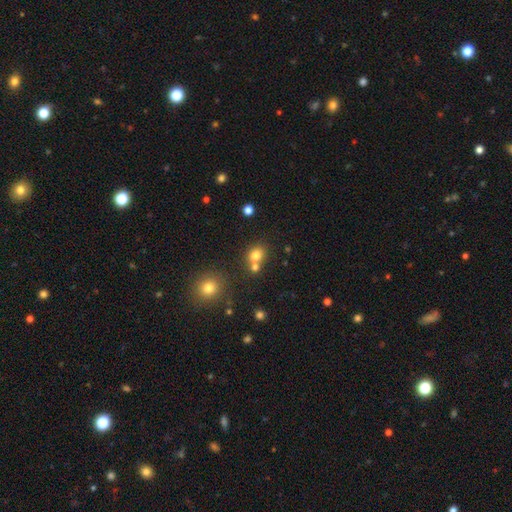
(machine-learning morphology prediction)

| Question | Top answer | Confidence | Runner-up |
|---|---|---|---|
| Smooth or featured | smooth | 77% | star or artifact (14%) |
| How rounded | round | 69% | in between (30%) |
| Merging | none | 53% | merger (35%) |